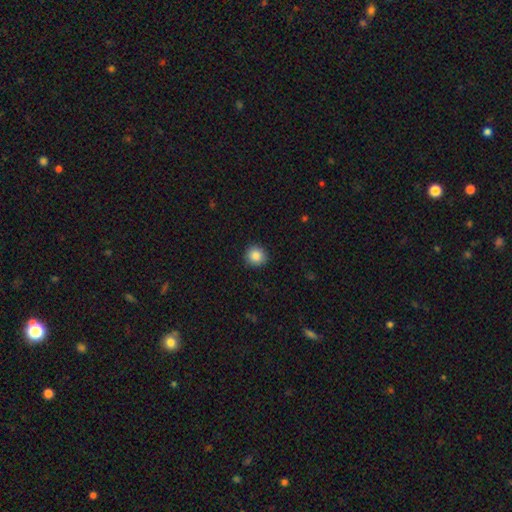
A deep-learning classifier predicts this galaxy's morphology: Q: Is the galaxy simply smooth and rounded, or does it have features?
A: smooth — 87%.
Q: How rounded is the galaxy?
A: round — 91%.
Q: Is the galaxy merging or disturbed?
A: none — 89%.